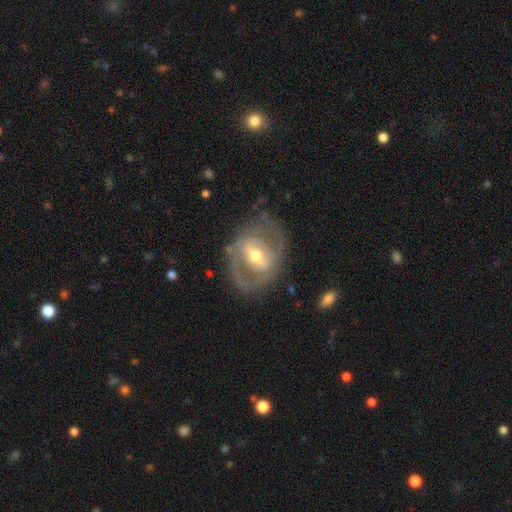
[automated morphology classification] smooth_or_featured: featured or disk (p=0.81) [alt: smooth p=0.14]
disk_edge_on: no (p=0.96) [alt: yes p=0.04]
bar: strong (p=0.42) [alt: weak p=0.41]
has_spiral_arms: yes (p=0.79) [alt: no p=0.21]
spiral_winding: medium (p=0.45) [alt: tight p=0.38]
spiral_arm_count: 2 (p=0.75) [alt: can't tell p=0.14]
bulge_size: moderate (p=0.68) [alt: small p=0.24]
merging: none (p=0.68) [alt: minor disturbance p=0.18]